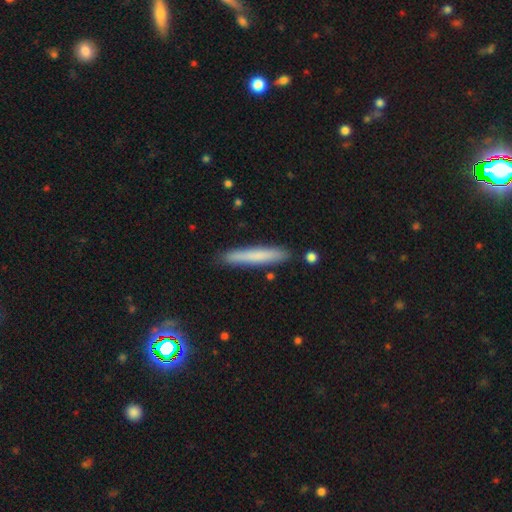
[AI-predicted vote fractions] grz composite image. It shows a smooth galaxy with no disk features (72%) that is cigar-shaped (94%). Merging: none (88%).